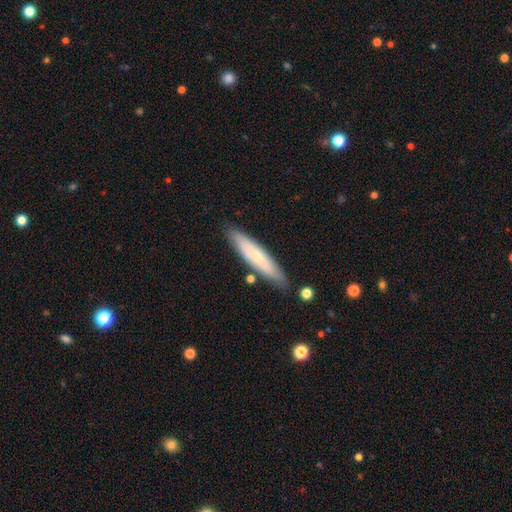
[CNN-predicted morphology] Overall: smooth (59%; featured or disk 35%). How rounded: cigar-shaped (85%). Merging: none (85%).